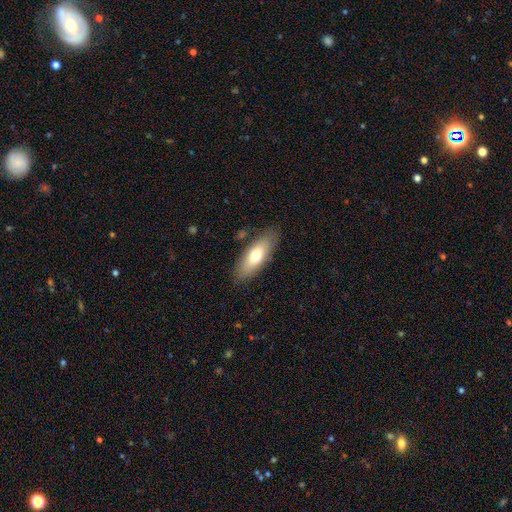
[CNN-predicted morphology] A smooth galaxy with no disk features (68%) that is in between round and cigar-shaped (68%).

Vote fractions:
- Smooth or featured? smooth: 68% / featured or disk: 26% / star or artifact: 6%
- How rounded? in between: 68% / cigar-shaped: 29% / round: 2%
- Merging? none: 84% / minor disturbance: 12% / major disturbance: 3% / merger: 2%